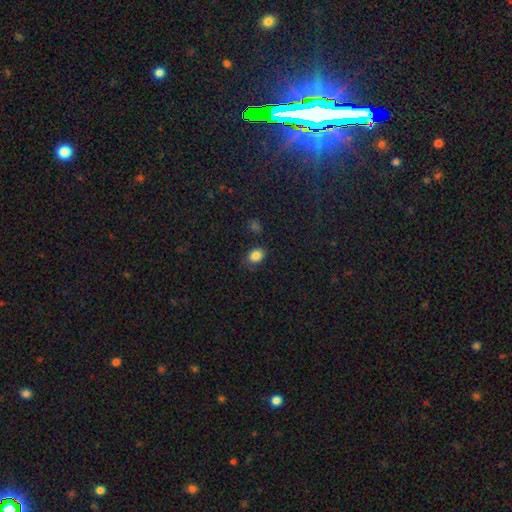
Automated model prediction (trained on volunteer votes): This is clearly a smooth galaxy (84%). How rounded: likely in between (64%). Merging: likely none (79%).